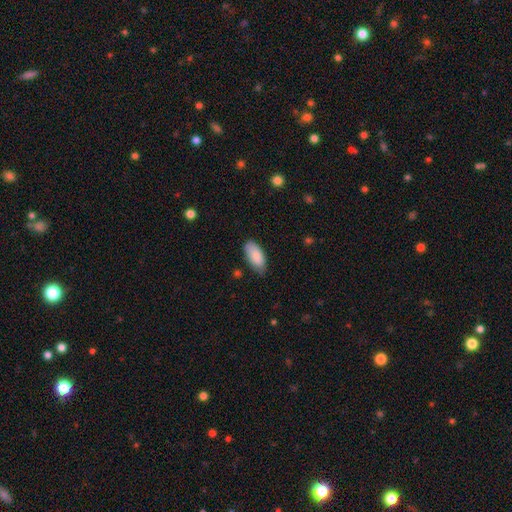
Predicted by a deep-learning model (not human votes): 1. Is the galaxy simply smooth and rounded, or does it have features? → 87% smooth, 7% featured or disk, 6% star or artifact.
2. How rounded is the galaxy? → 90% in between, 8% cigar-shaped, 2% round.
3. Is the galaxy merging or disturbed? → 72% none, 23% minor disturbance, 4% major disturbance, 2% merger.